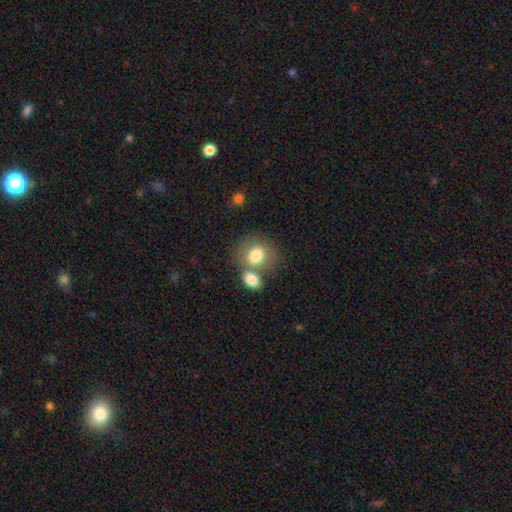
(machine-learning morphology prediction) Overall: smooth (78%). How rounded: round (55%; in between 44%). Merging: none (45%; merger 39%).